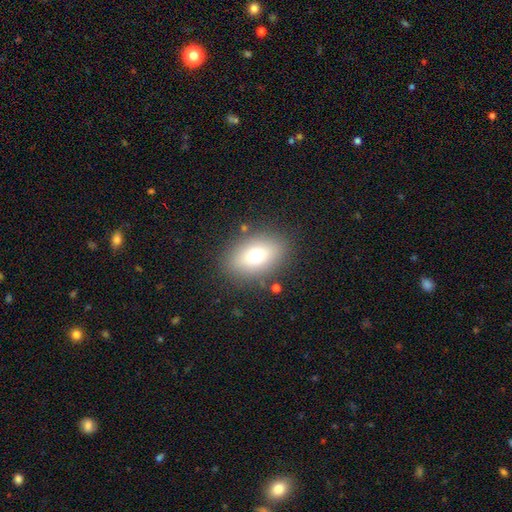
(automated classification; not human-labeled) A smooth galaxy with no disk features (70%) that is in between round and cigar-shaped (79%).

Vote fractions:
- Smooth or featured? smooth: 70% / featured or disk: 19% / star or artifact: 11%
- How rounded? in between: 79% / round: 19% / cigar-shaped: 2%
- Merging? none: 84% / minor disturbance: 10% / major disturbance: 4% / merger: 2%